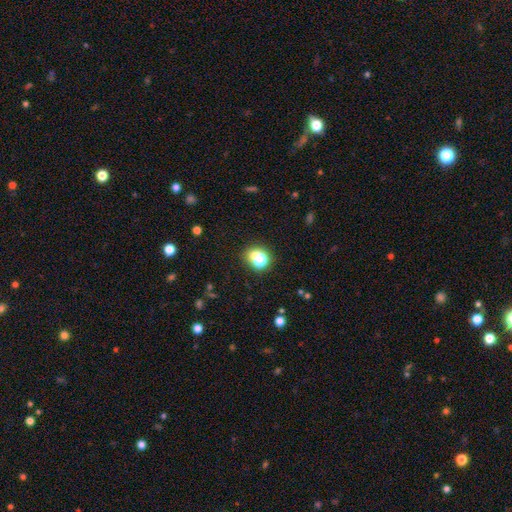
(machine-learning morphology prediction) Smooth or featured?
  - smooth: 71% *
  - featured or disk: 15%
  - star or artifact: 14%
How rounded?
  - round: 60% *
  - in between: 39%
  - cigar-shaped: 1%
Merging?
  - none: 46% *
  - merger: 30%
  - minor disturbance: 16%
  - major disturbance: 8%